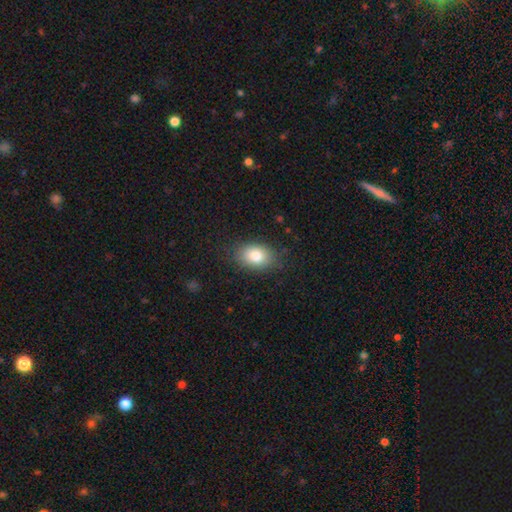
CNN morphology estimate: smooth 81%, featured or disk 10%, star or artifact 9%. Down the decision tree: how rounded — in between (81%); merging — none (83%).